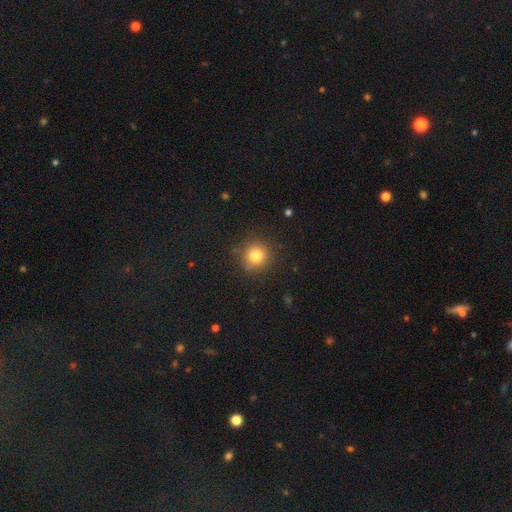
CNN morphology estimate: Smooth or featured?
  - smooth: 80% *
  - star or artifact: 12%
  - featured or disk: 7%
How rounded?
  - round: 92% *
  - in between: 7%
  - cigar-shaped: 1%
Merging?
  - none: 87% *
  - minor disturbance: 9%
  - major disturbance: 3%
  - merger: 1%